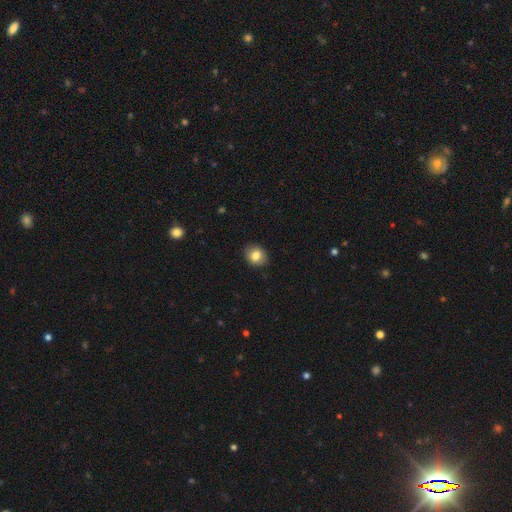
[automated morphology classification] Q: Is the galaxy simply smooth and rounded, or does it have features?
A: smooth — 81%.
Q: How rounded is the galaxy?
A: round — 59%.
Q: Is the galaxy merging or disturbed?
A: none — 89%.